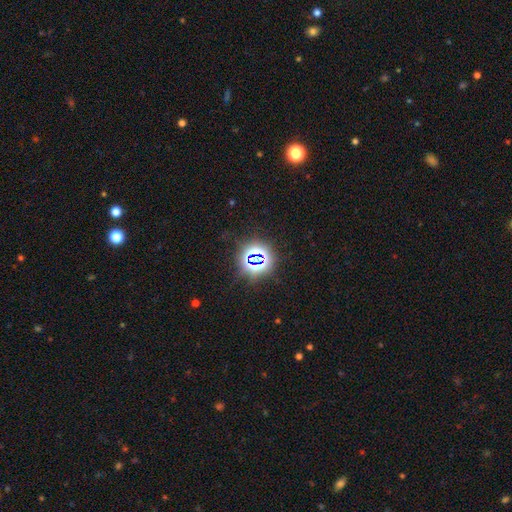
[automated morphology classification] smooth-or-featured: star or artifact: 75% | smooth: 17% | featured or disk: 8%